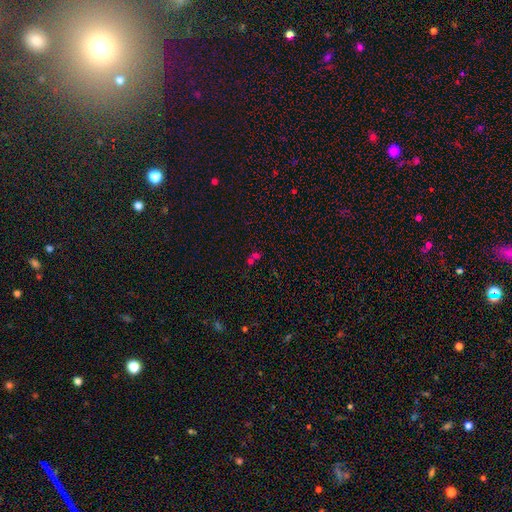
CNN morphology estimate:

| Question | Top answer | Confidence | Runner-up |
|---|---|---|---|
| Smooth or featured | star or artifact | 43% | tied: smooth (43%) |